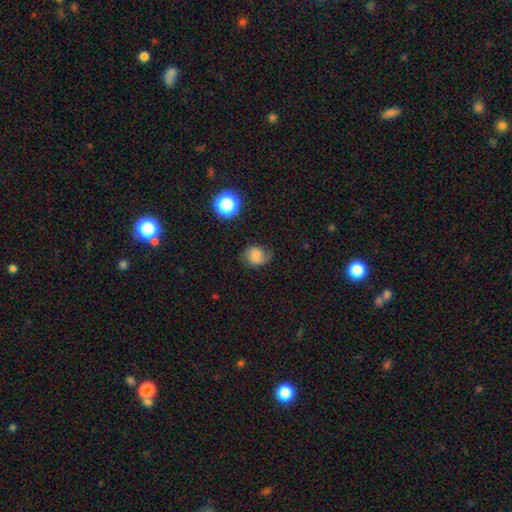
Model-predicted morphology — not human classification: Smooth or featured? Predicted: smooth (p=0.59). How rounded? Predicted: round (p=0.64). Merging? Predicted: none (p=0.66).